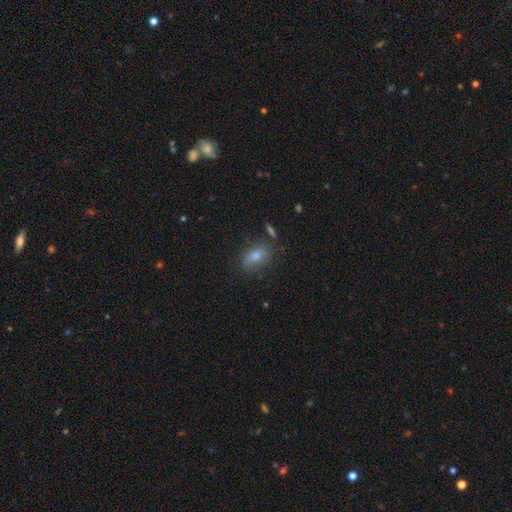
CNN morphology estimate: This appears to be a smooth galaxy with no disk features (67%) that is in between round and cigar-shaped (79%). Merging: none (76%).